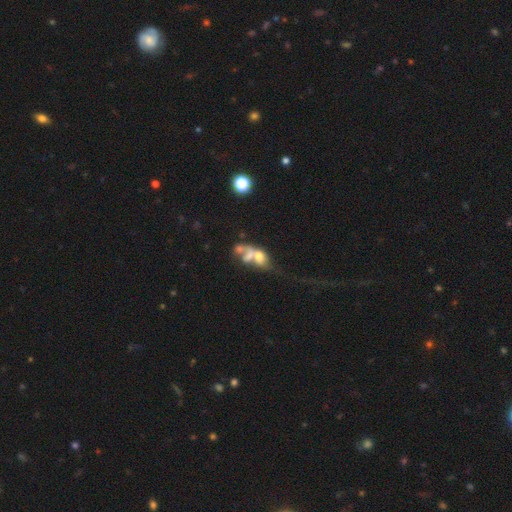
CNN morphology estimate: A featured or disk galaxy (45%).

Vote fractions:
- Smooth or featured? featured or disk: 45% / smooth: 41% / star or artifact: 14%
- Merging? merger: 60% / major disturbance: 20% / none: 13% / minor disturbance: 8%